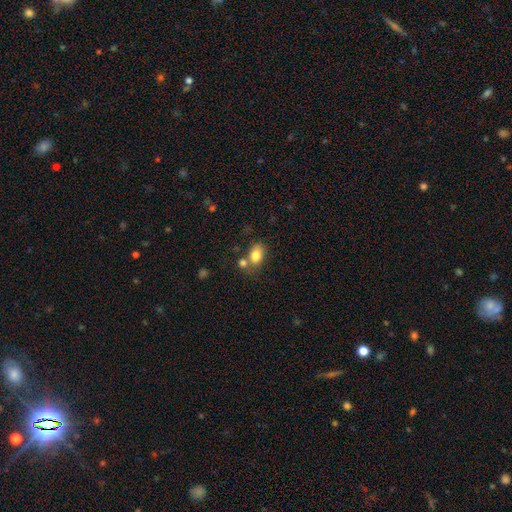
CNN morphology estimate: Smooth or featured: smooth — 81% (featured or disk — 10%)
How rounded: in between — 79% (round — 20%)
Merging: none — 51% (merger — 29%)